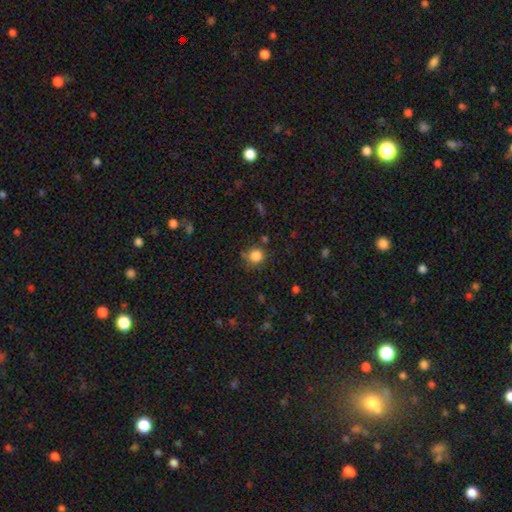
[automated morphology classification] smooth_or_featured: smooth (p=0.84) [alt: star or artifact p=0.11]
how_rounded: round (p=0.90) [alt: in between p=0.09]
merging: none (p=0.72) [alt: minor disturbance p=0.17]